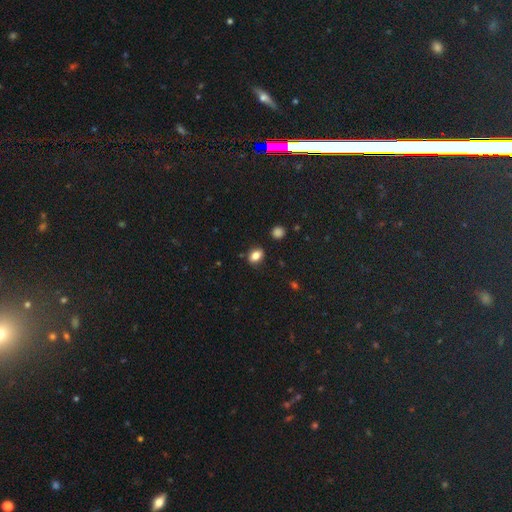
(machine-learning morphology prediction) A smooth galaxy with no disk features (83%) that is in between round and cigar-shaped (76%). Merging: none (84%).